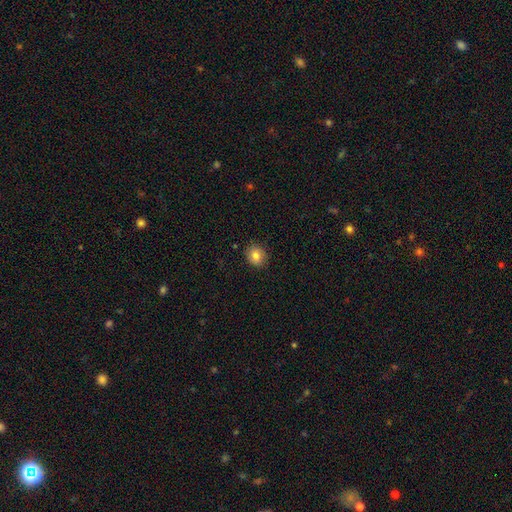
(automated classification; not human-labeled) Smooth or featured: smooth — 81% (star or artifact — 10%)
How rounded: round — 69% (in between — 30%)
Merging: none — 87% (minor disturbance — 10%)